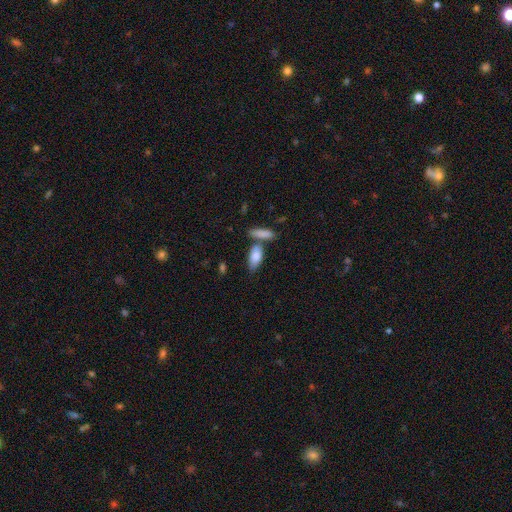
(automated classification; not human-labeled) Overall: smooth (82%). How rounded: in between (85%). Merging: none (56%; merger 27%).